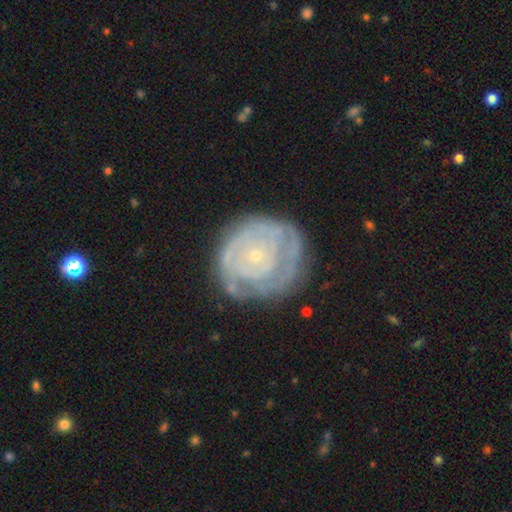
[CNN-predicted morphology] The model was most divided on "spiral arm count": can't tell: 50%, 2: 19%, 3: 11%, 1: 8%, 4: 7%, more than 4: 5%. More confident: edge-on disk — no (97%); bar — no (85%); bulge size — small (83%); spiral winding — tight (80%); spiral arms — yes (76%); smooth or featured — featured or disk (76%); merging — none (67%).